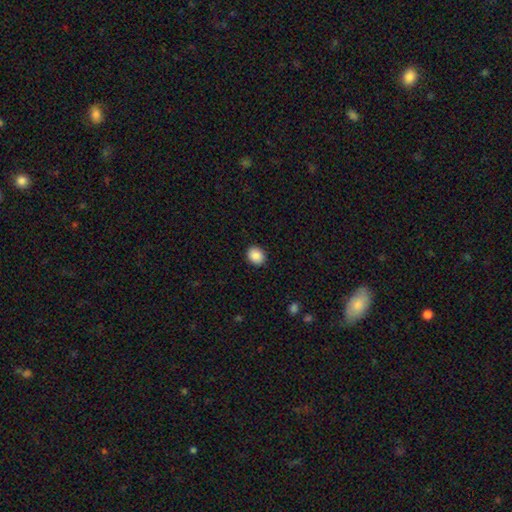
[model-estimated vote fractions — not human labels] This is clearly a smooth galaxy (88%). How rounded: likely round (65%). Merging: clearly none (91%).